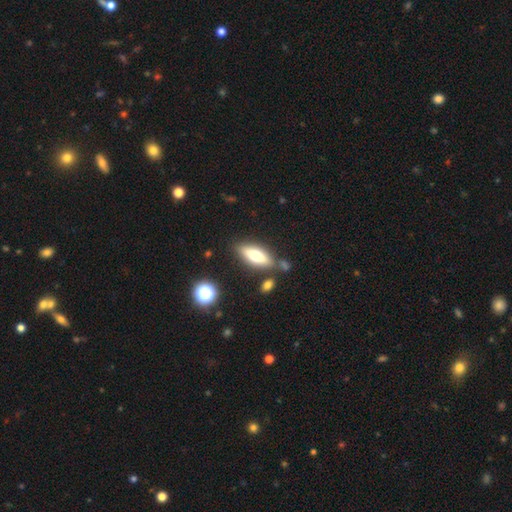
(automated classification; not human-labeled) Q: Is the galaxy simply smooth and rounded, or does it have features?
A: smooth — 64%.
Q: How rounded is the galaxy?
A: in between — 66%.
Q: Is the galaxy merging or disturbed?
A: none — 76%.